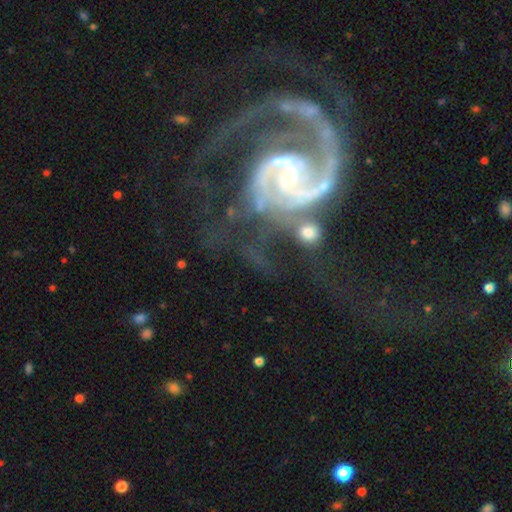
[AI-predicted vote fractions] Morphology: type=featured or disk (91%); edge-on=no (98%); bar=no (57%); spiral arms=yes (98%); winding=medium (47%); arm count=2 (55%); bulge=small (70%); merging=major disturbance (36%).